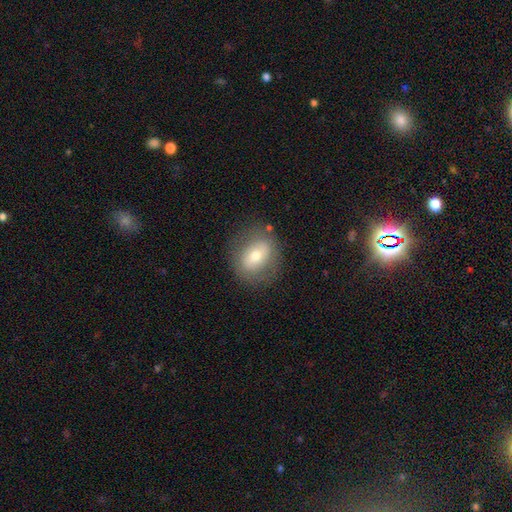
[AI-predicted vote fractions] smooth_or_featured: smooth (p=0.62) [alt: featured or disk p=0.29]
how_rounded: round (p=0.54) [alt: in between p=0.45]
merging: none (p=0.80) [alt: minor disturbance p=0.13]